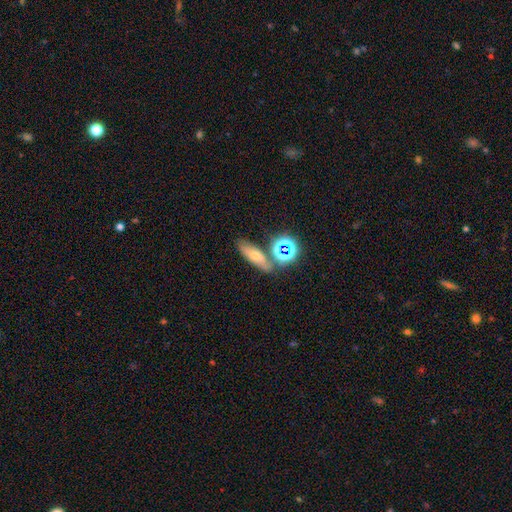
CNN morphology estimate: The model was most divided on "smooth or featured": smooth: 43%, featured or disk: 29%, star or artifact: 27%. More confident: merging — none (69%).